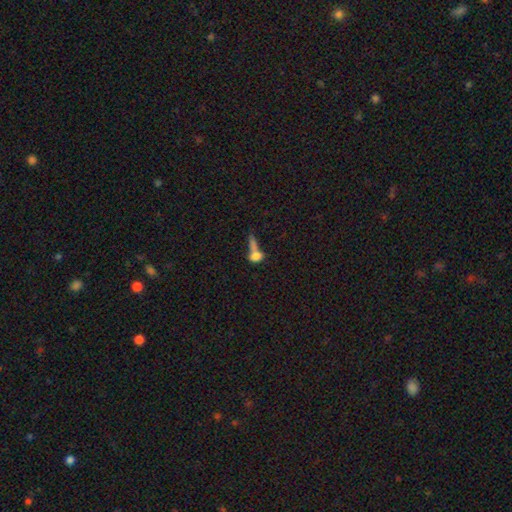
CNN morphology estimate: This is likely a smooth galaxy (70%). How rounded: possibly in between (57%). Merging: possibly merger (54%).